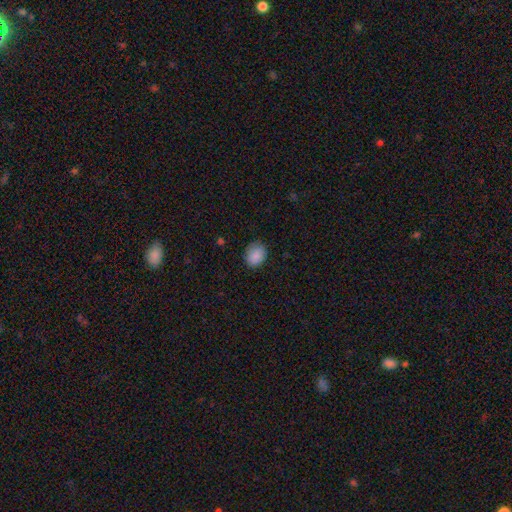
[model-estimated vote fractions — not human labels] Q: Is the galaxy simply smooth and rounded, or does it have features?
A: smooth — 88%.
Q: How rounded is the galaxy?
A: in between — 50%.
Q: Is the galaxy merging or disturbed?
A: none — 77%.